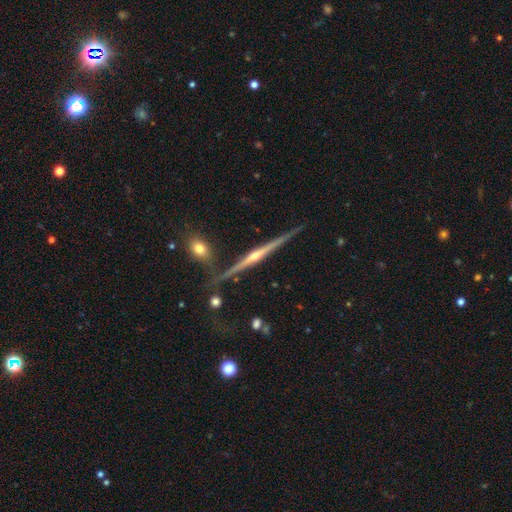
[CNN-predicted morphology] featured or disk 86%, smooth 8%, star or artifact 7%. Down the decision tree: edge-on disk — yes (98%); edge-on bulge — rounded (85%); merging — none (83%).